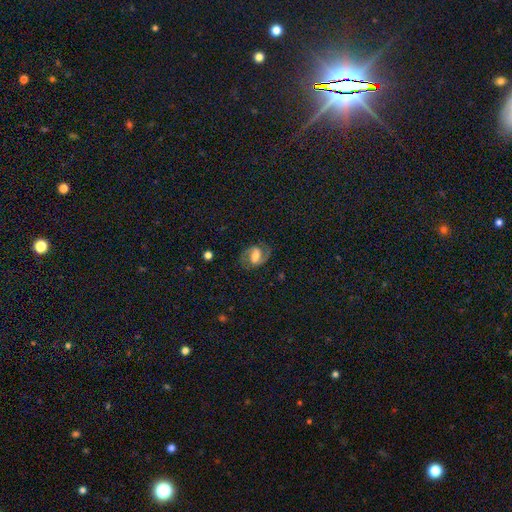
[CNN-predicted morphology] A featured or disk galaxy (79%) with a weak bar (48%), 2 (92%) medium (58%) spiral arms (95%) and a moderate central bulge (58%).

Vote fractions:
- Smooth or featured? featured or disk: 79% / smooth: 13% / star or artifact: 8%
- Edge-on disk? no: 97% / yes: 3%
- Bar? weak: 48% / strong: 32% / no: 20%
- Spiral arms? yes: 95% / no: 5%
- Spiral winding? medium: 58% / tight: 21% / loose: 21%
- Spiral arm count? 2: 92% / can't tell: 3% / 1: 2% / 3: 1% / 4: 1% / more than 4: 1%
- Bulge size? moderate: 58% / small: 20% / large: 16% / none: 4% / dominant: 2%
- Merging? none: 80% / minor disturbance: 13% / major disturbance: 6% / merger: 1%